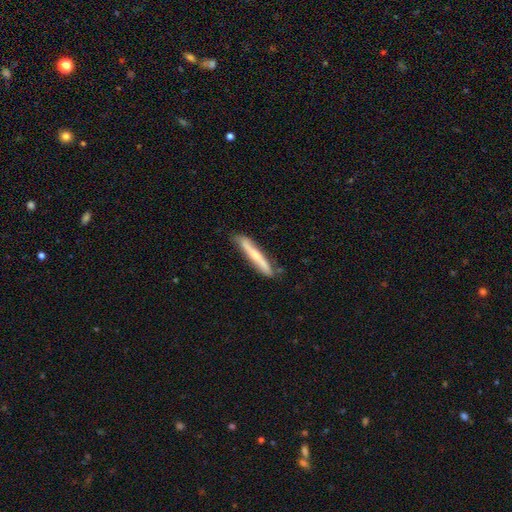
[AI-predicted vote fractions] Smooth or featured? Predicted: smooth (p=0.48). Merging? Predicted: none (p=0.79).